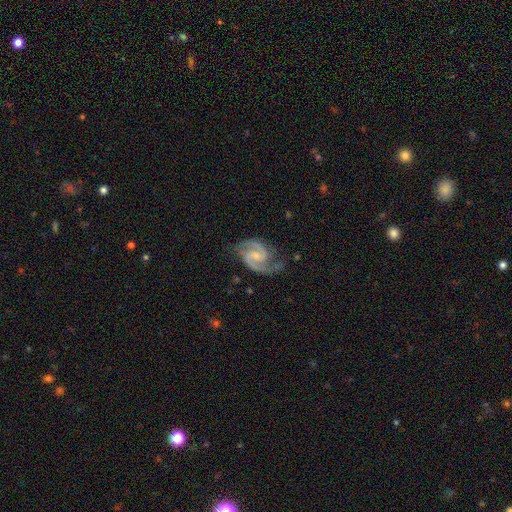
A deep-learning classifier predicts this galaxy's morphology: smooth_or_featured: featured or disk (p=0.93) [alt: star or artifact p=0.04]
disk_edge_on: no (p=0.98) [alt: yes p=0.02]
bar: weak (p=0.47) [alt: no p=0.42]
has_spiral_arms: yes (p=0.99) [alt: no p=0.01]
spiral_winding: medium (p=0.63) [alt: tight p=0.25]
spiral_arm_count: 2 (p=0.94) [alt: 3 p=0.02]
bulge_size: small (p=0.60) [alt: moderate p=0.26]
merging: none (p=0.76) [alt: minor disturbance p=0.17]